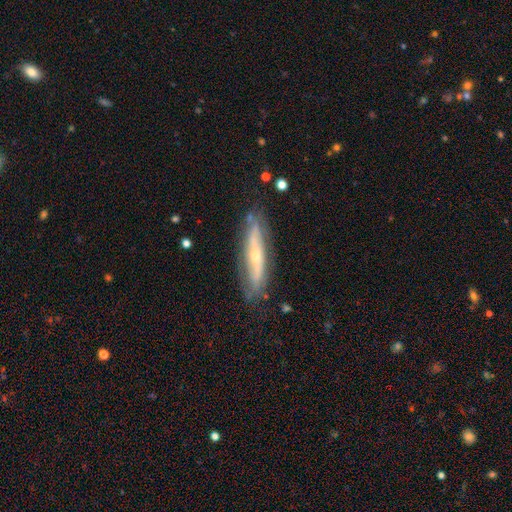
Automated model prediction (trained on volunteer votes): Smooth or featured? Predicted: featured or disk (p=0.67). Edge-on disk? Predicted: yes (p=0.60). Merging? Predicted: none (p=0.79).